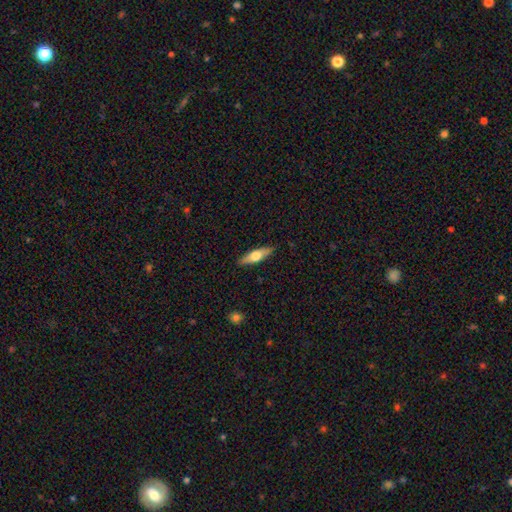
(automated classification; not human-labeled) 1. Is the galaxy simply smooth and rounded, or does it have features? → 48% featured or disk, 47% smooth, 5% star or artifact.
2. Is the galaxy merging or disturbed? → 88% none, 9% minor disturbance, 2% major disturbance, 1% merger.